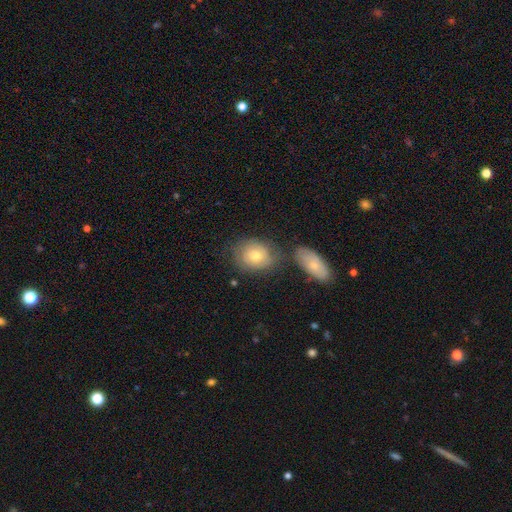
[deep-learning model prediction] A smooth galaxy with no disk features (62%) that is round (57%).

Vote fractions:
- Smooth or featured? smooth: 62% / featured or disk: 30% / star or artifact: 8%
- How rounded? round: 57% / in between: 42% / cigar-shaped: 1%
- Merging? none: 57% / merger: 18% / minor disturbance: 18% / major disturbance: 7%